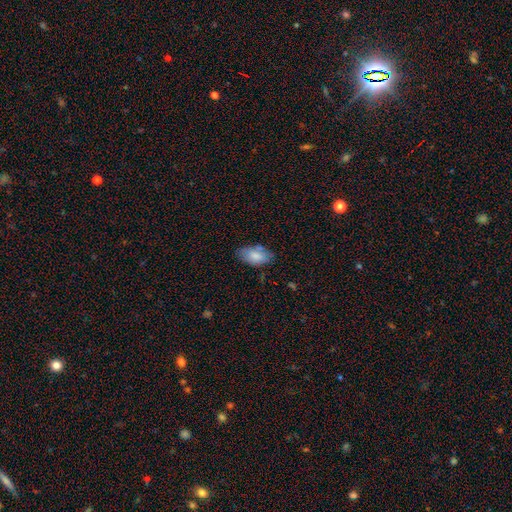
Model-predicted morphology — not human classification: The model was most divided on "merging": none: 68%, minor disturbance: 22%, merger: 5%, major disturbance: 5%. More confident: how rounded — in between (93%); smooth or featured — smooth (81%).